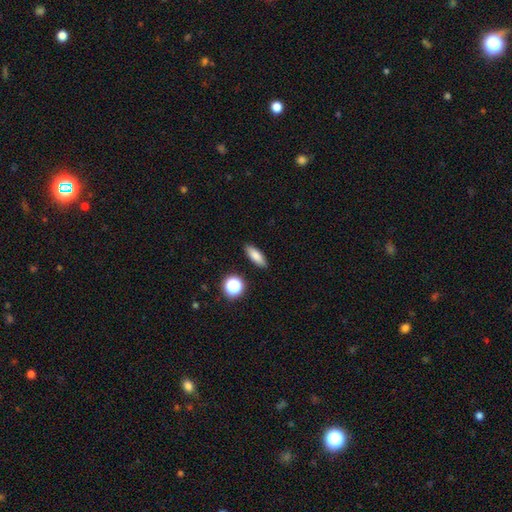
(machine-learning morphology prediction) Q: Smooth or featured?
A: smooth (80%); runner-up: featured or disk (10%)
Q: How rounded?
A: in between (61%); runner-up: cigar-shaped (33%)
Q: Merging?
A: none (88%); runner-up: minor disturbance (8%)